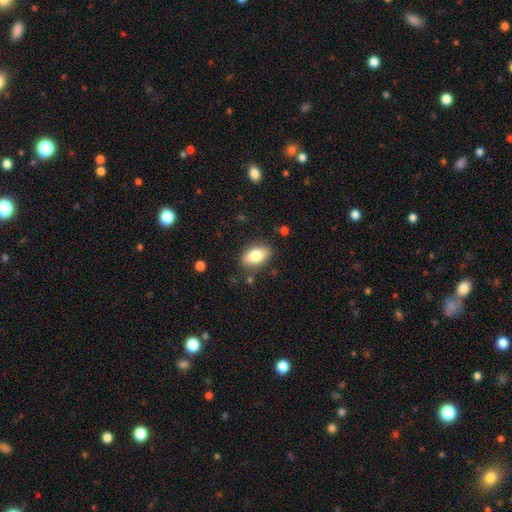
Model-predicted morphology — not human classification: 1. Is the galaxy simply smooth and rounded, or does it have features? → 77% smooth, 16% featured or disk, 7% star or artifact.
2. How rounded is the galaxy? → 87% in between, 9% round, 4% cigar-shaped.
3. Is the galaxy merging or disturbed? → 84% none, 11% minor disturbance, 3% major disturbance, 2% merger.